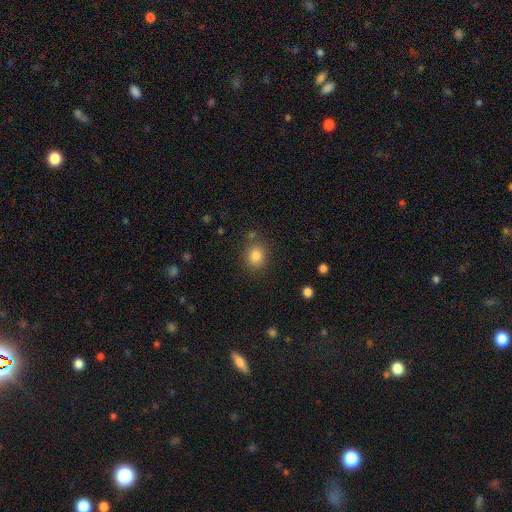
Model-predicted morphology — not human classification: Smooth or featured: smooth — 83% (star or artifact — 11%)
How rounded: round — 70% (in between — 29%)
Merging: none — 83% (minor disturbance — 10%)